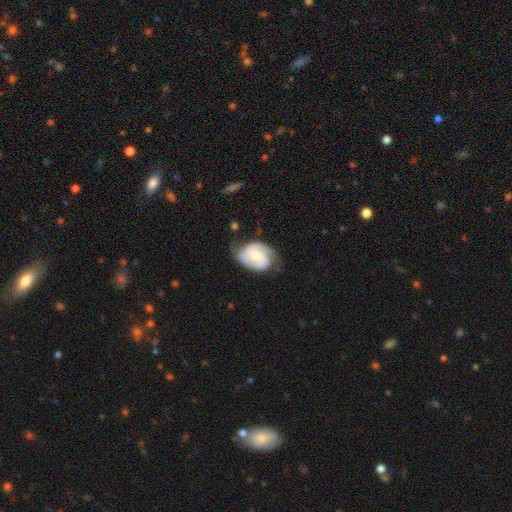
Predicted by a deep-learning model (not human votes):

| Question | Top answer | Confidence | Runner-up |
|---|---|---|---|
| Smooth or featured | featured or disk | 77% | smooth (18%) |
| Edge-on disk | no | 97% | yes (3%) |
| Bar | no | 45% | weak (44%) |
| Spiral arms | yes | 94% | no (6%) |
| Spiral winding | medium | 46% | tight (39%) |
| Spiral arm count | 2 | 84% | can't tell (8%) |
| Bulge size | small | 46% | moderate (45%) |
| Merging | none | 63% | minor disturbance (26%) |